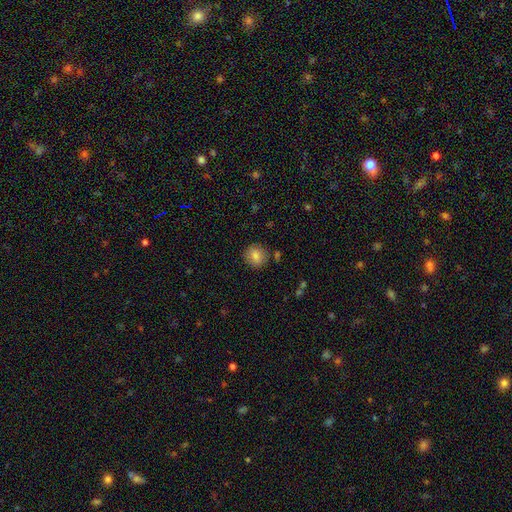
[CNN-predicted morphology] Smooth or featured? smooth (82%)
How rounded? round (82%)
Merging? none (84%)